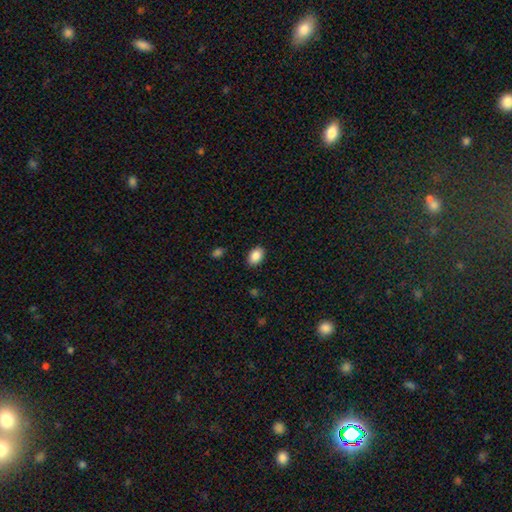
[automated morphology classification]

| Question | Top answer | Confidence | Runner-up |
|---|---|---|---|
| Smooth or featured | smooth | 88% | star or artifact (8%) |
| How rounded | in between | 85% | round (14%) |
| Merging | none | 88% | minor disturbance (9%) |